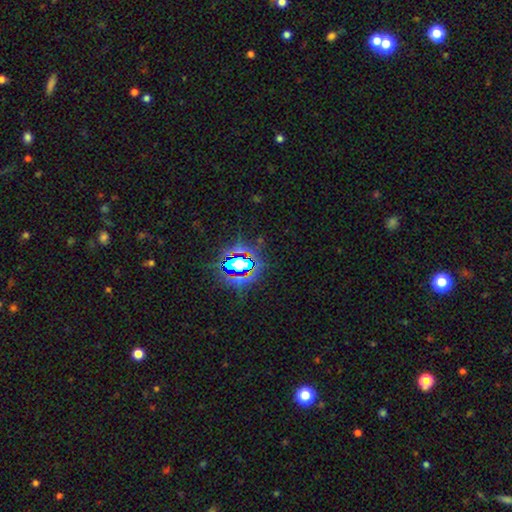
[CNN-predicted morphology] Q: Smooth or featured?
A: star or artifact (79%); runner-up: smooth (14%)